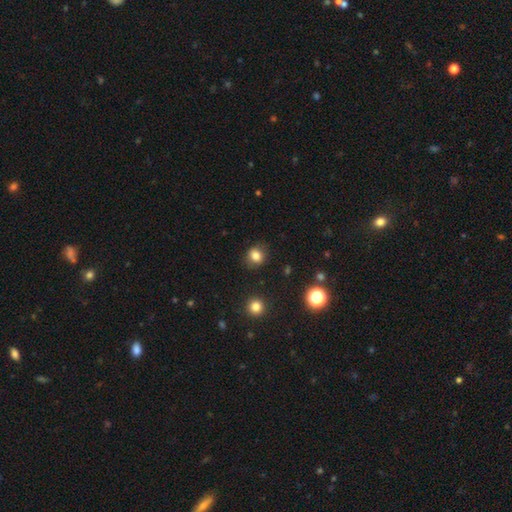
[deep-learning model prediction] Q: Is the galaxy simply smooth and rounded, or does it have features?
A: smooth — 81%.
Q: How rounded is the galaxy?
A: round — 76%.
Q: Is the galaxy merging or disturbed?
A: none — 86%.